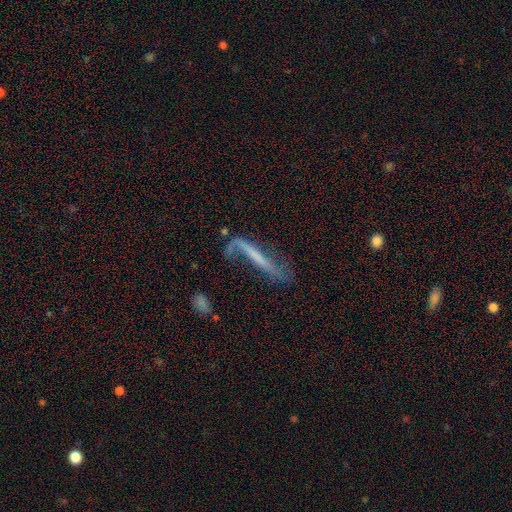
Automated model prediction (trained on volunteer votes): smooth_or_featured: featured or disk (p=0.58) [alt: smooth p=0.33]
disk_edge_on: no (p=0.52) [alt: yes p=0.48]
merging: none (p=0.37) [alt: major disturbance p=0.32]